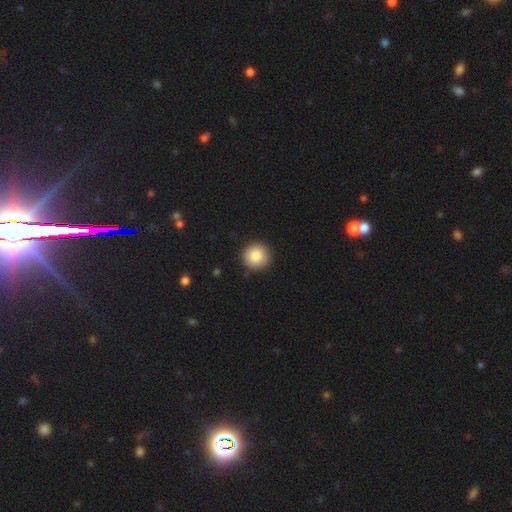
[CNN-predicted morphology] Overall: smooth (85%). How rounded: round (95%). Merging: none (90%).